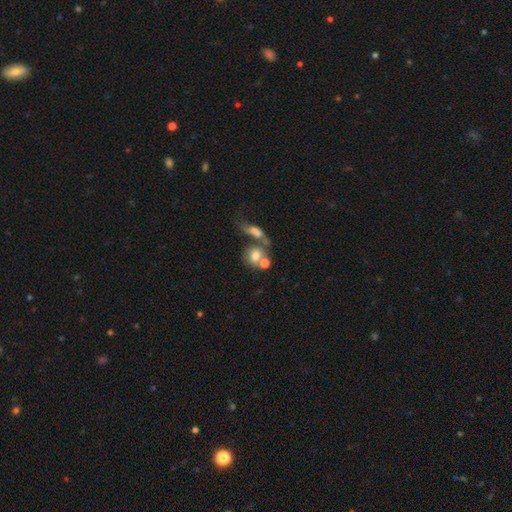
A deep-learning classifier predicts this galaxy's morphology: smooth-or-featured: smooth: 66% | featured or disk: 23% | star or artifact: 11%
  how-rounded: round: 60% | in between: 38% | cigar-shaped: 3%
  merging: merger: 51% | none: 27% | major disturbance: 11% | minor disturbance: 11%